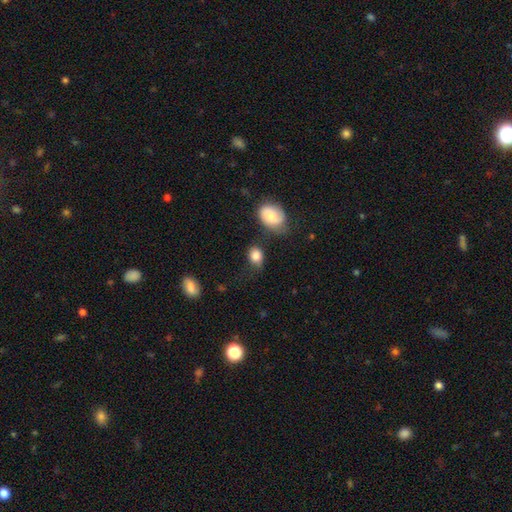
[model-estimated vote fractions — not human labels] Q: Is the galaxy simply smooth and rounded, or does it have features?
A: smooth — 84%.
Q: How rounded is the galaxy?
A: in between — 55%.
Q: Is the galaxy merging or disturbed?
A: none — 59%.